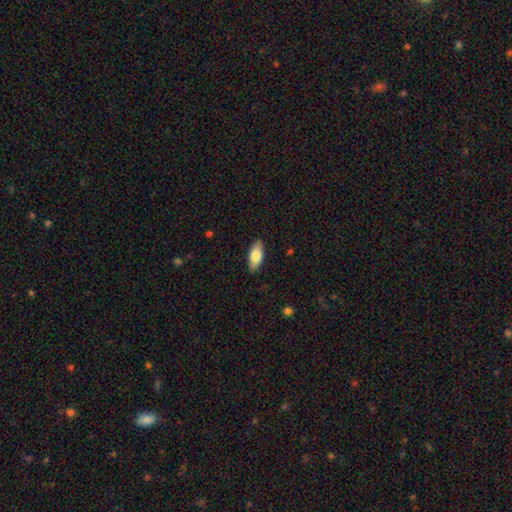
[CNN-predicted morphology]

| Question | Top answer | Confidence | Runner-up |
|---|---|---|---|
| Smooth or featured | smooth | 80% | featured or disk (14%) |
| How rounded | in between | 88% | cigar-shaped (10%) |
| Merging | none | 88% | minor disturbance (9%) |